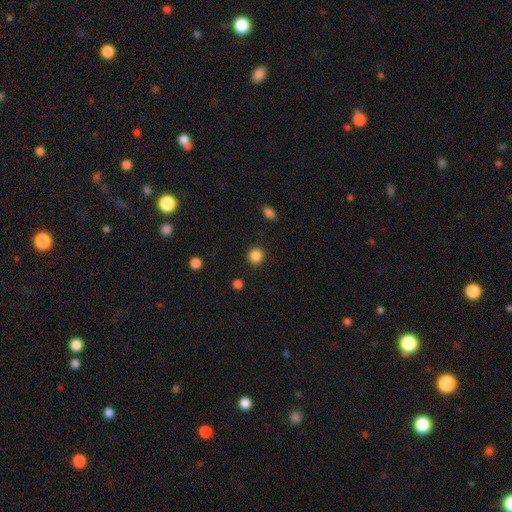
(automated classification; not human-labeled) smooth-or-featured: smooth: 86% | star or artifact: 11% | featured or disk: 3%
  how-rounded: round: 90% | in between: 10% | cigar-shaped: 1%
  merging: none: 90% | minor disturbance: 6% | major disturbance: 2% | merger: 1%